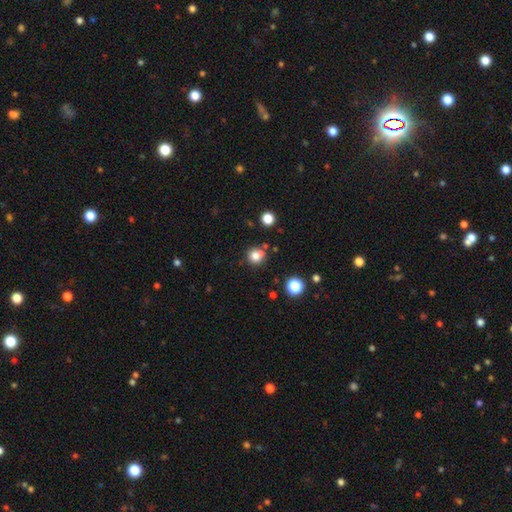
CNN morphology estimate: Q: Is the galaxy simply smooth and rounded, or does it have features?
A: smooth — 80%.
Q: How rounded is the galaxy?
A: round — 91%.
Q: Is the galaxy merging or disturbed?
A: none — 75%.